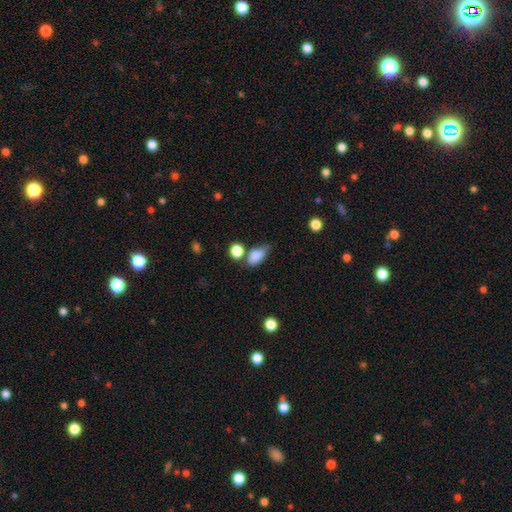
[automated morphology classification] A smooth galaxy with no disk features (83%) that is in between round and cigar-shaped (84%).

Vote fractions:
- Smooth or featured? smooth: 83% / star or artifact: 9% / featured or disk: 8%
- How rounded? in between: 84% / round: 10% / cigar-shaped: 6%
- Merging? none: 45% / minor disturbance: 29% / merger: 16% / major disturbance: 11%